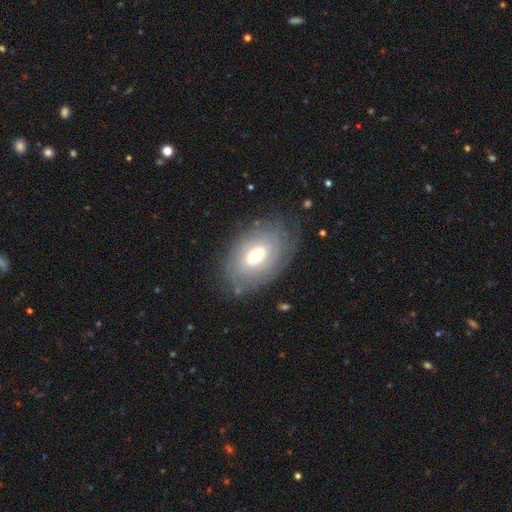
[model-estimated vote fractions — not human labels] featured or disk 61%, smooth 32%, star or artifact 7%. Down the decision tree: edge-on disk — no (94%); bar — no (62%); spiral arms — yes (68%); bulge size — moderate (56%); merging — none (74%).